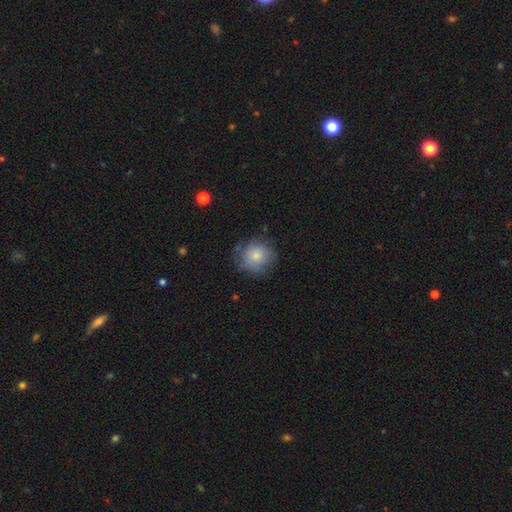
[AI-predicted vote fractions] A smooth galaxy with no disk features (80%) that is round (87%). Merging: none (73%).